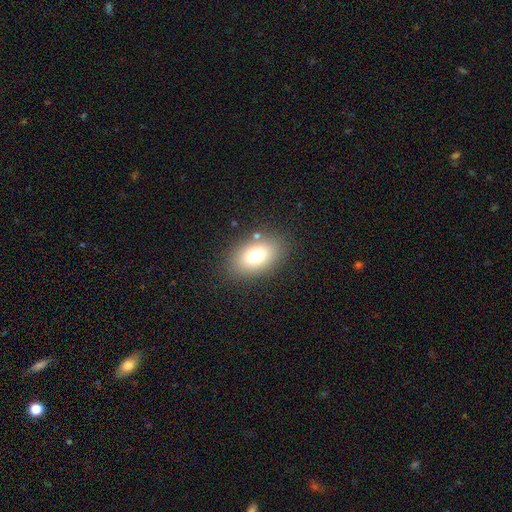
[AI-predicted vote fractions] smooth 75%, featured or disk 13%, star or artifact 11%. Down the decision tree: how rounded — in between (86%); merging — none (83%).